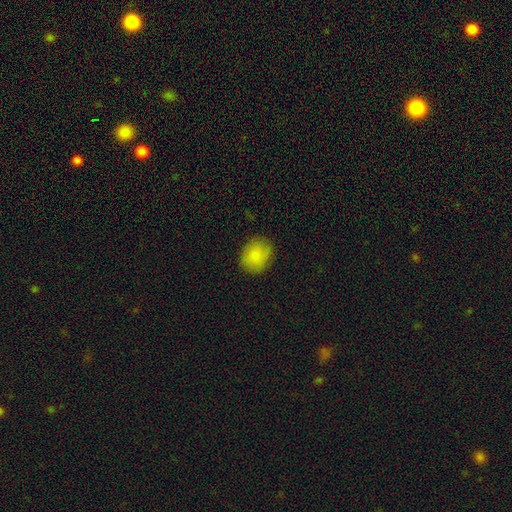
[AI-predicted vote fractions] This is clearly a smooth galaxy (85%). How rounded: likely round (68%). Merging: clearly none (82%).